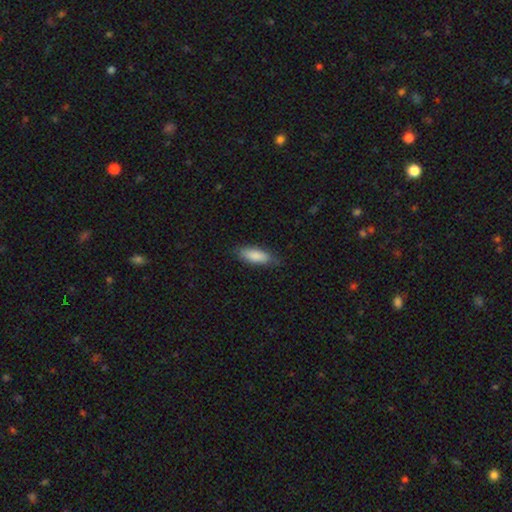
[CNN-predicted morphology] smooth-or-featured: smooth: 86% | featured or disk: 8% | star or artifact: 6%
  how-rounded: in between: 69% | cigar-shaped: 29% | round: 2%
  merging: none: 79% | minor disturbance: 17% | major disturbance: 3% | merger: 1%